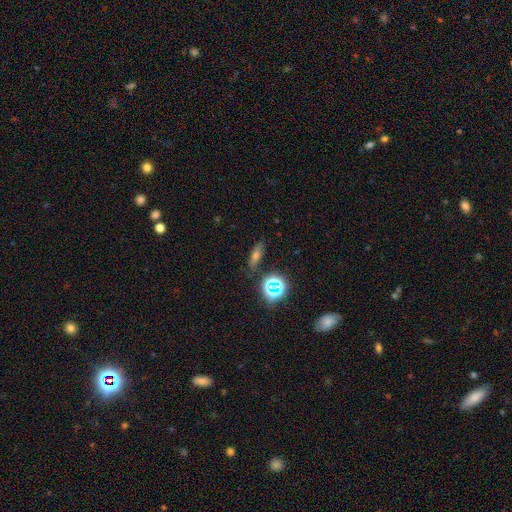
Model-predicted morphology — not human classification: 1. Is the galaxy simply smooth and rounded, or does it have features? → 46% smooth, 29% star or artifact, 25% featured or disk.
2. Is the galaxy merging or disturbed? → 84% none, 10% minor disturbance, 3% merger, 3% major disturbance.